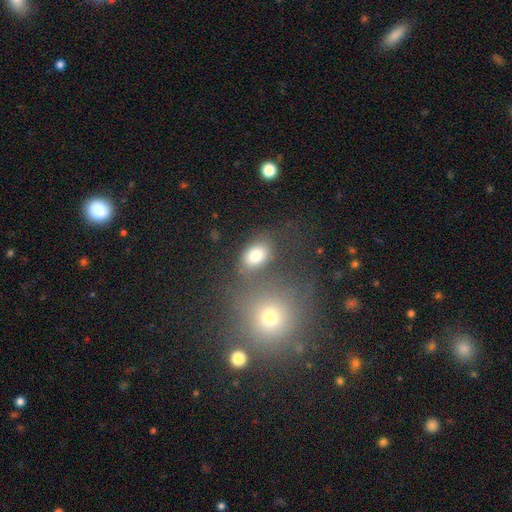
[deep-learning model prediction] Overall: smooth (79%). How rounded: in between (76%). Merging: none (63%).